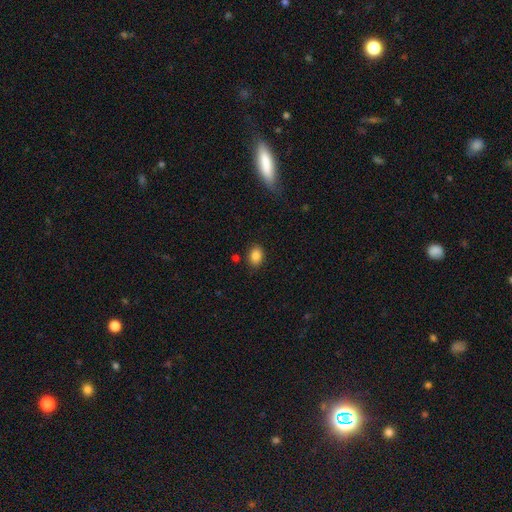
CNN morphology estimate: smooth_or_featured: smooth (p=0.86) [alt: star or artifact p=0.09]
how_rounded: in between (p=0.76) [alt: round p=0.23]
merging: none (p=0.82) [alt: minor disturbance p=0.12]